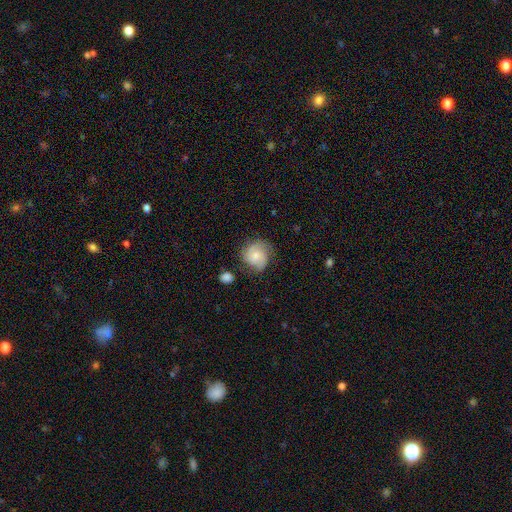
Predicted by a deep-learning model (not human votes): A featured or disk galaxy (48%).

Vote fractions:
- Smooth or featured? featured or disk: 48% / smooth: 44% / star or artifact: 8%
- Merging? none: 63% / minor disturbance: 25% / major disturbance: 9% / merger: 3%